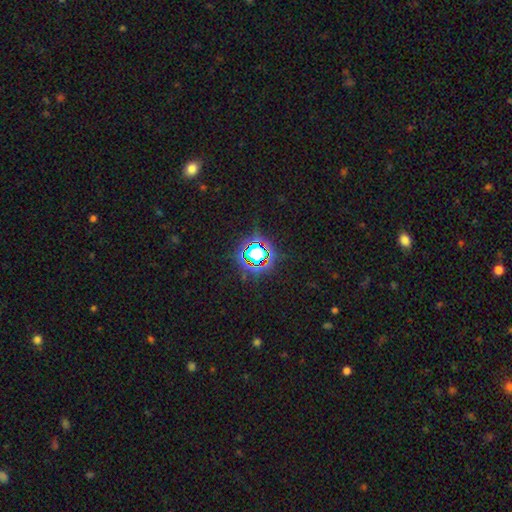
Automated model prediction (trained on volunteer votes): Smooth or featured?
  - star or artifact: 74% *
  - smooth: 17%
  - featured or disk: 10%